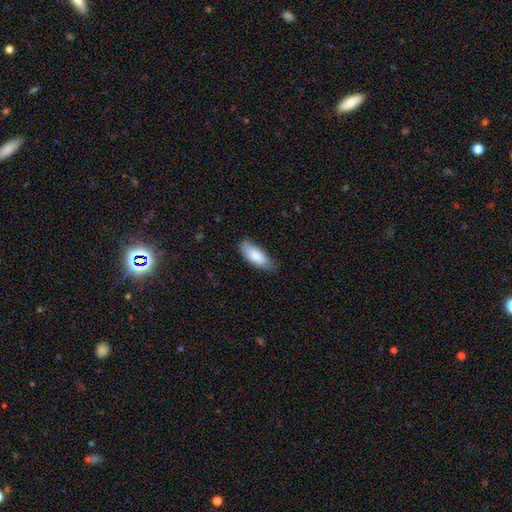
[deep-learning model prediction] Overall: smooth (85%). How rounded: in between (80%). Merging: none (69%).